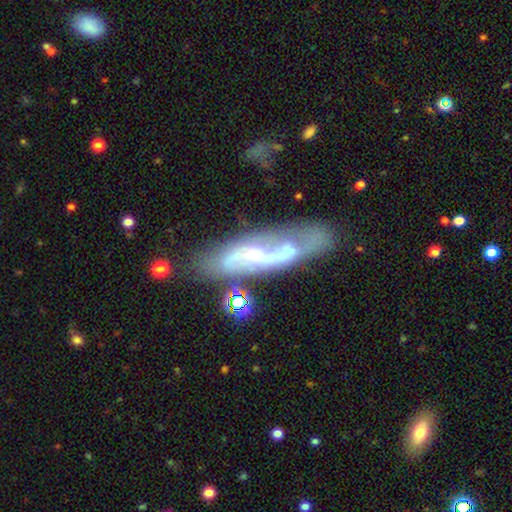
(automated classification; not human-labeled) Smooth or featured? featured or disk (80%)
Edge-on disk? no (80%)
Bar? weak (37%)
Spiral arms? yes (85%)
Spiral winding? medium (40%)
Spiral arm count? 2 (76%)
Bulge size? small (55%)
Merging? none (65%)